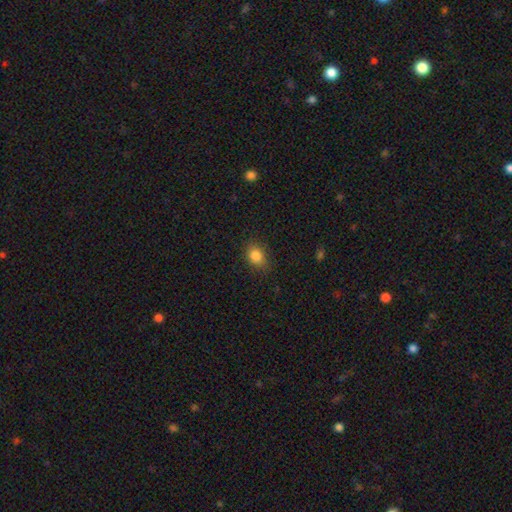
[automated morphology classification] smooth-or-featured: smooth: 84% | star or artifact: 10% | featured or disk: 6%
  how-rounded: in between: 60% | round: 39% | cigar-shaped: 1%
  merging: none: 82% | minor disturbance: 14% | major disturbance: 3% | merger: 1%